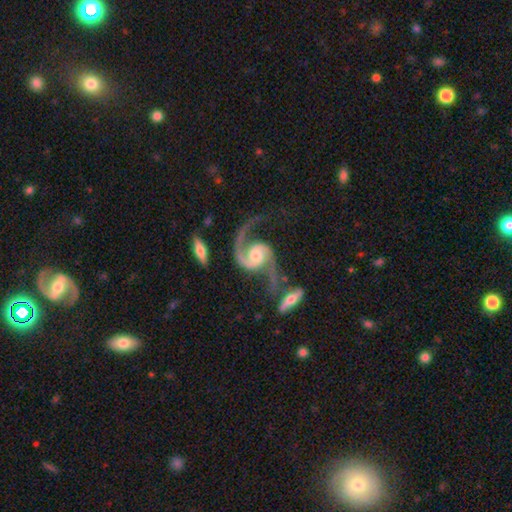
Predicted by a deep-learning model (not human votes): Smooth or featured: featured or disk — 93% (star or artifact — 4%)
Edge-on disk: no — 98% (yes — 2%)
Bar: no — 61% (weak — 31%)
Spiral arms: yes — 98% (no — 2%)
Spiral winding: medium — 49% (loose — 41%)
Spiral arm count: 2 — 91% (1 — 4%)
Bulge size: moderate — 54% (small — 32%)
Merging: none — 51% (major disturbance — 17%)